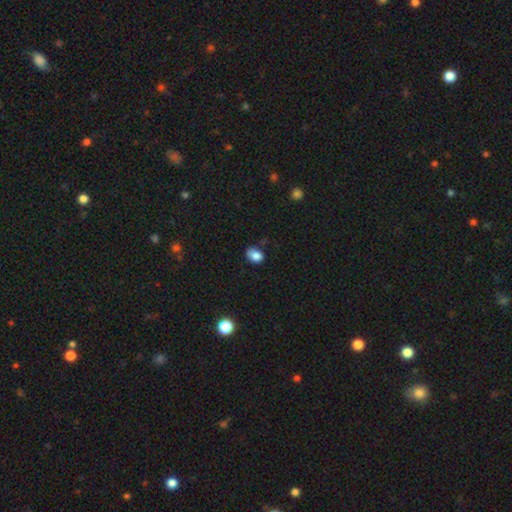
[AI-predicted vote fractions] Smooth or featured?
  - smooth: 83% *
  - star or artifact: 10%
  - featured or disk: 7%
How rounded?
  - in between: 75% *
  - round: 24%
  - cigar-shaped: 1%
Merging?
  - none: 57% *
  - minor disturbance: 32%
  - major disturbance: 7%
  - merger: 4%